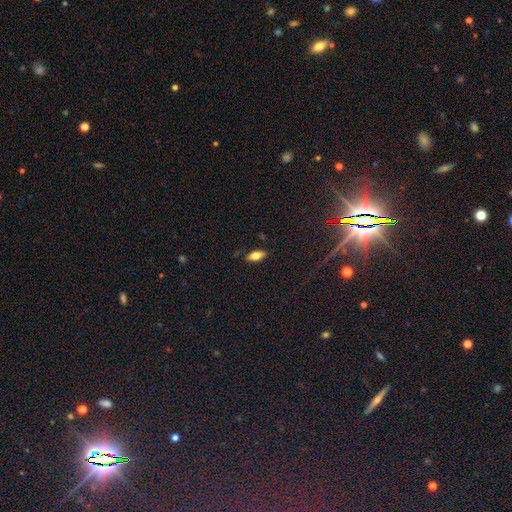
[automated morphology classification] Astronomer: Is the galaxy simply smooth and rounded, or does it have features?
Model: smooth — 68%.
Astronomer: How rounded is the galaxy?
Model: in between — 82%.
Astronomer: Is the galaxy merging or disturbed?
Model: none — 86%.